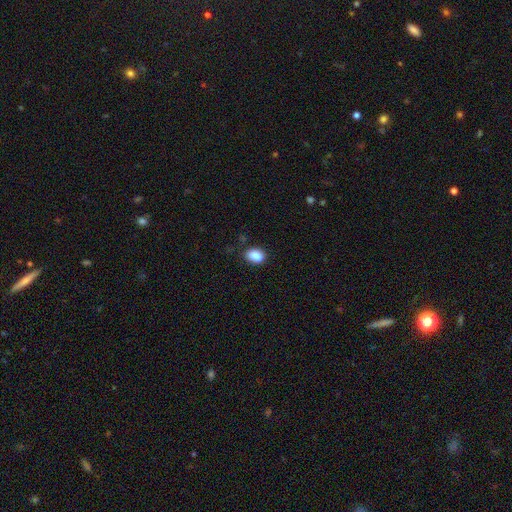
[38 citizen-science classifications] smooth-or-featured: smooth: 87% | star or artifact: 11% | featured or disk: 3%
  how-rounded: in between: 64% | round: 36% | cigar-shaped: 0%
  merging: none: 79% | minor disturbance: 21% | major disturbance: 0% | merger: 0%